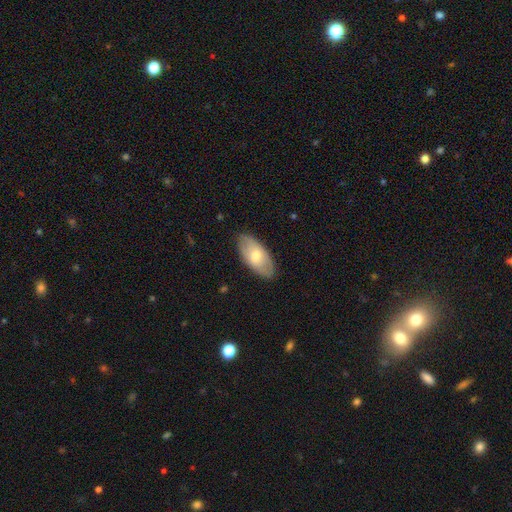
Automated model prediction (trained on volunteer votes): Morphology: type=smooth (63%); roundness=in between (93%); merging=none (82%).